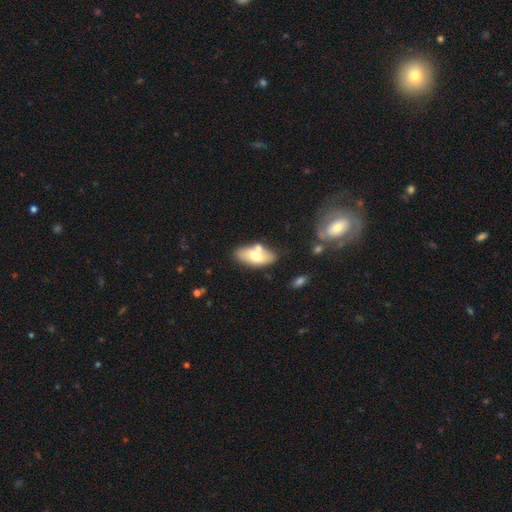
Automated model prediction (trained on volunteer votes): This is likely a smooth galaxy (63%). How rounded: clearly in between (89%). Merging: likely none (64%).